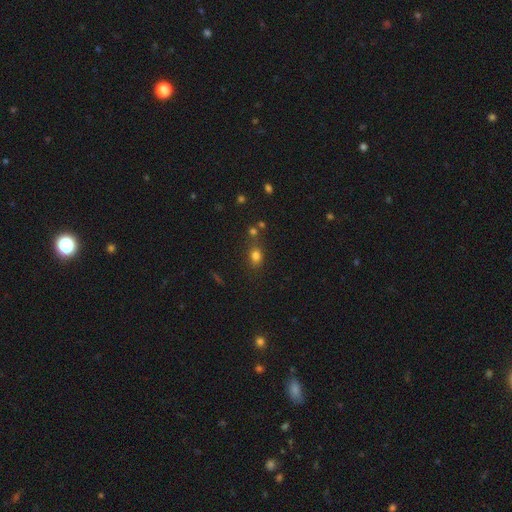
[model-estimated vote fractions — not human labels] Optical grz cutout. It shows a smooth galaxy with no disk features (76%) that is in between round and cigar-shaped (50%). Merging: none (67%).